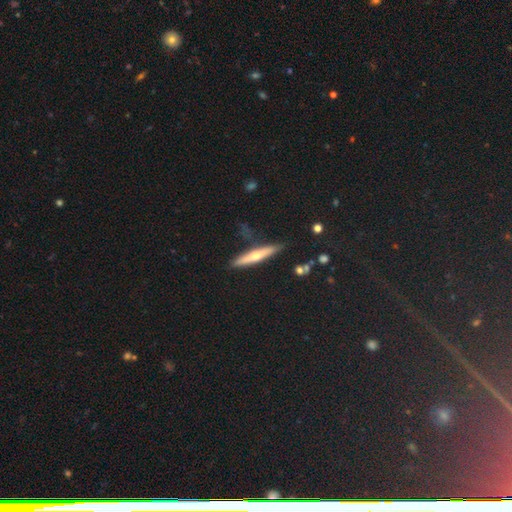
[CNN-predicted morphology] Smooth or featured: featured or disk — 48% (smooth — 46%)
Merging: none — 83% (minor disturbance — 12%)